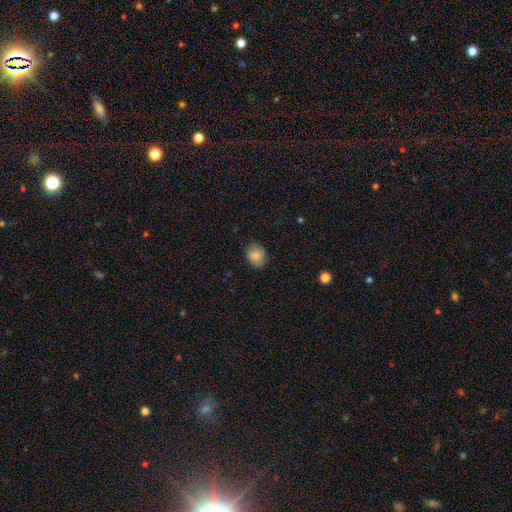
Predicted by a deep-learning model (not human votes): This is clearly a smooth galaxy (85%). How rounded: possibly in between (53%). Merging: clearly none (85%).